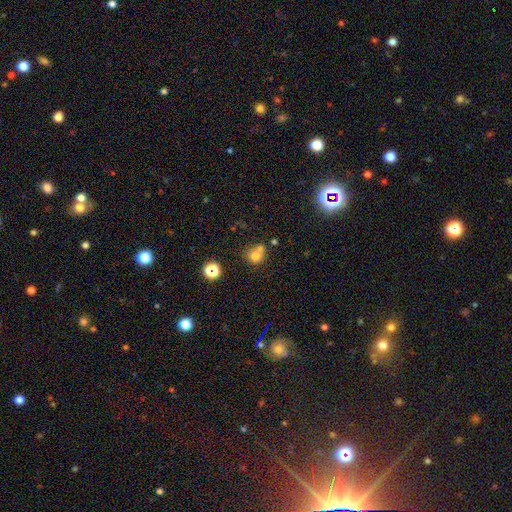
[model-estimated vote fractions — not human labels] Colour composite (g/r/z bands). It shows a smooth galaxy with no disk features (70%) that is round (82%). Merging: none (44%).